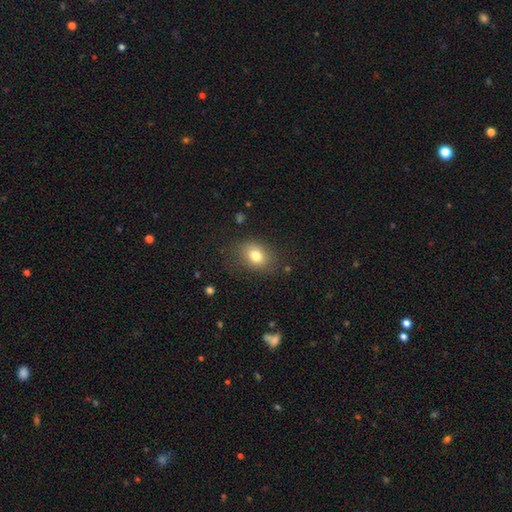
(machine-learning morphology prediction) A smooth galaxy with no disk features (78%) that is in between round and cigar-shaped (65%). Merging: none (76%).